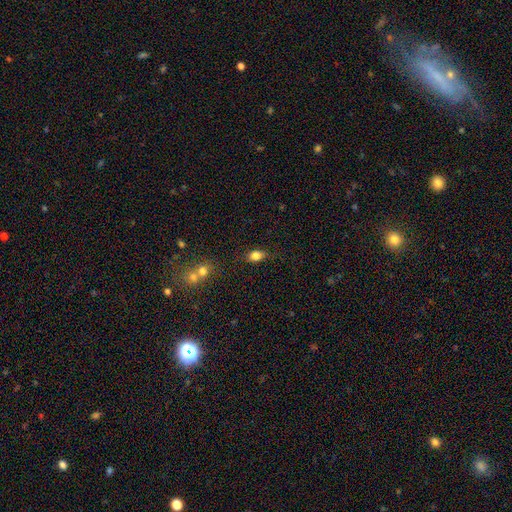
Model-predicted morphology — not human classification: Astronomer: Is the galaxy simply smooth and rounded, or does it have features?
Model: smooth — 82%.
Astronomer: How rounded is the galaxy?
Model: in between — 79%.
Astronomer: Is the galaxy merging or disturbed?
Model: none — 75%.